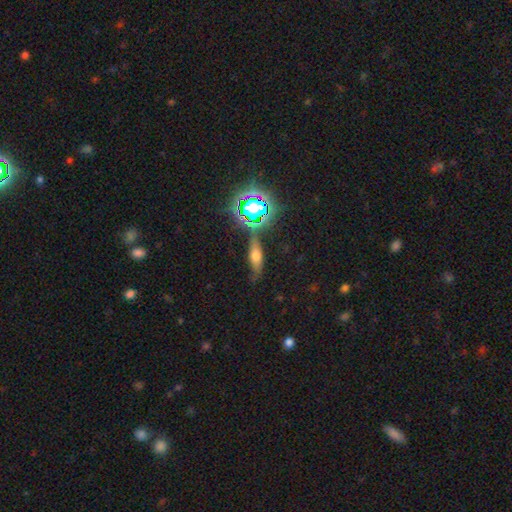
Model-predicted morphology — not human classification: Smooth or featured?
  - featured or disk: 41% *
  - smooth: 39%
  - star or artifact: 20%
Merging?
  - none: 73% *
  - minor disturbance: 17%
  - major disturbance: 6%
  - merger: 4%